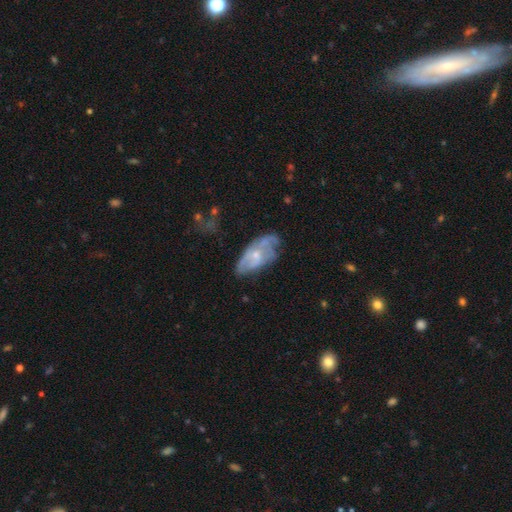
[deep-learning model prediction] A featured or disk galaxy (63%) with no bar (72%), spiral arms (62%) and a small central bulge (54%). Merging: none (48%).